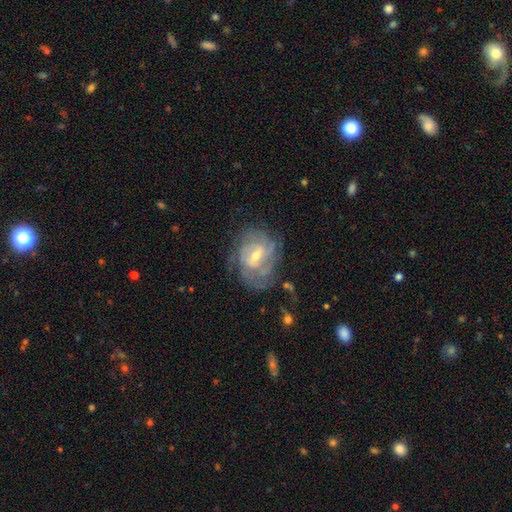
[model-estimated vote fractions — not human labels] featured or disk 79%, smooth 14%, star or artifact 7%. Down the decision tree: edge-on disk — no (97%); bar — weak (57%); spiral arms — yes (86%); spiral arm count — can't tell (45%); spiral winding — tight (57%); bulge size — moderate (51%); merging — none (58%).